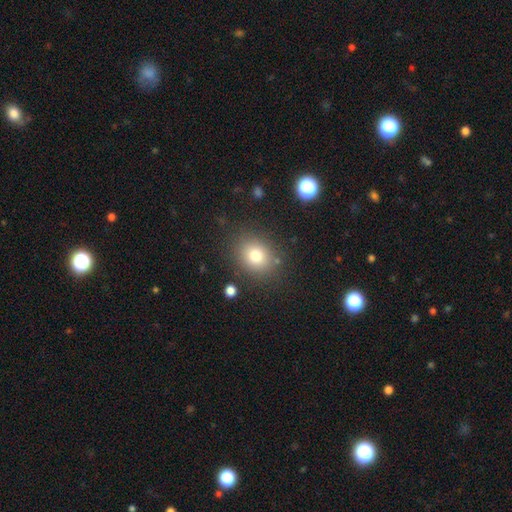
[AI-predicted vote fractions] This appears to be a smooth galaxy with no disk features (77%) that is round (64%). Merging: none (83%).